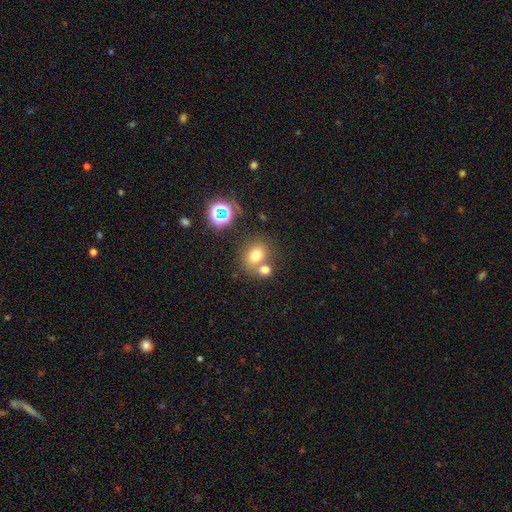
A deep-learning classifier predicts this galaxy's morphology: The model was most divided on "merging": none: 54%, merger: 32%, minor disturbance: 9%, major disturbance: 4%. More confident: smooth or featured — smooth (71%); how rounded — round (62%).